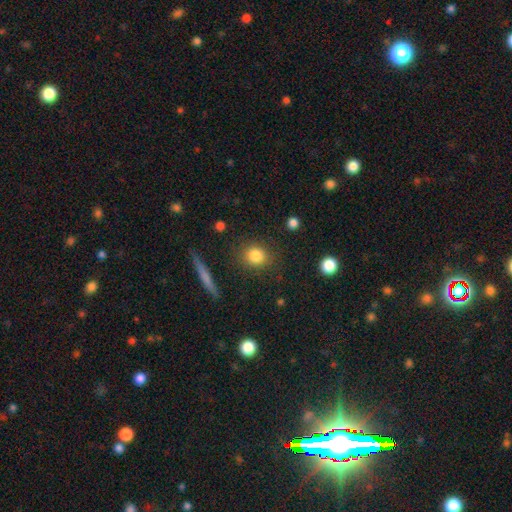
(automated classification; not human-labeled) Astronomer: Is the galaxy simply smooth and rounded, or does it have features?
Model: smooth — 83%.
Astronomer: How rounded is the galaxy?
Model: round — 76%.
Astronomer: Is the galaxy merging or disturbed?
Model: none — 84%.